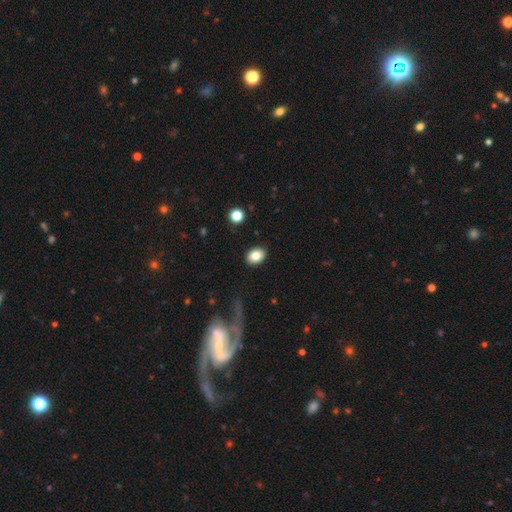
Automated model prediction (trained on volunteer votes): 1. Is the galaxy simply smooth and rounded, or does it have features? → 84% smooth, 8% star or artifact, 8% featured or disk.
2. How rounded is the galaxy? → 70% in between, 29% round, 1% cigar-shaped.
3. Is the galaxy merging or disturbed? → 89% none, 7% minor disturbance, 2% major disturbance, 1% merger.